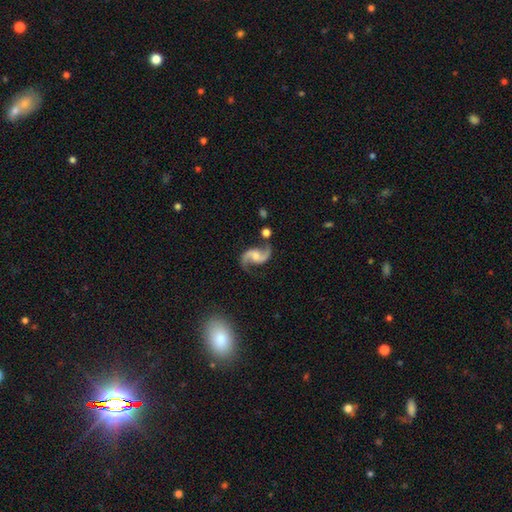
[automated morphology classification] featured or disk 92%, star or artifact 4%, smooth 4%. Down the decision tree: edge-on disk — no (98%); bar — no (52%); spiral arms — yes (98%); spiral arm count — 2 (94%); spiral winding — loose (66%); bulge size — moderate (41%); merging — none (75%).